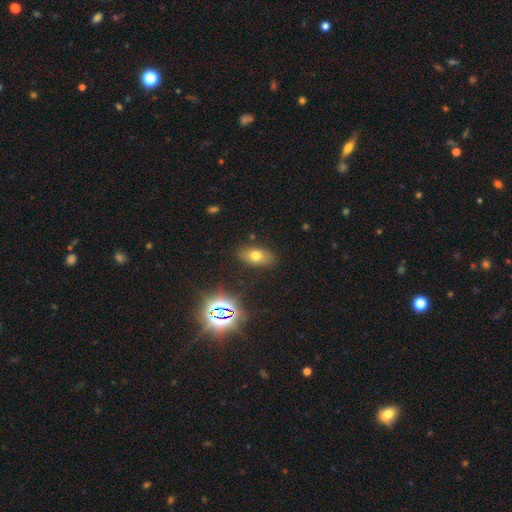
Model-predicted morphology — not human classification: A smooth galaxy with no disk features (66%) that is in between round and cigar-shaped (85%). Merging: none (85%).